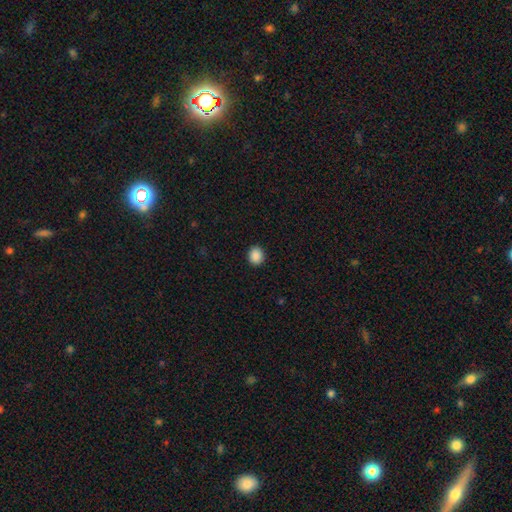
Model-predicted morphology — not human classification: Q: Smooth or featured?
A: smooth (89%); runner-up: star or artifact (9%)
Q: How rounded?
A: round (71%); runner-up: in between (28%)
Q: Merging?
A: none (91%); runner-up: minor disturbance (6%)